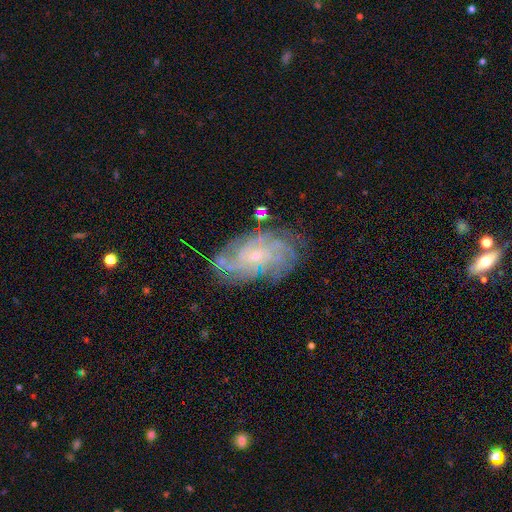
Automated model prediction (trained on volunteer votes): smooth_or_featured: featured or disk (p=0.82) [alt: smooth p=0.11]
disk_edge_on: no (p=0.95) [alt: yes p=0.05]
bar: no (p=0.68) [alt: weak p=0.28]
has_spiral_arms: yes (p=0.94) [alt: no p=0.06]
spiral_winding: tight (p=0.66) [alt: medium p=0.27]
spiral_arm_count: can't tell (p=0.36) [alt: 4 p=0.23]
bulge_size: small (p=0.70) [alt: moderate p=0.23]
merging: none (p=0.74) [alt: minor disturbance p=0.17]